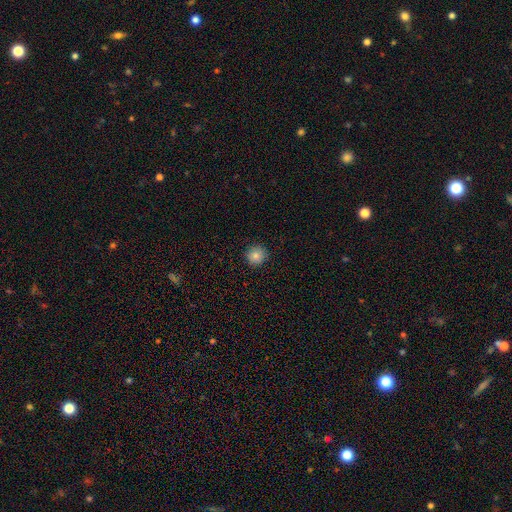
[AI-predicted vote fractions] The model was most divided on "smooth or featured": smooth: 83%, star or artifact: 11%, featured or disk: 6%. More confident: how rounded — round (93%); merging — none (90%).